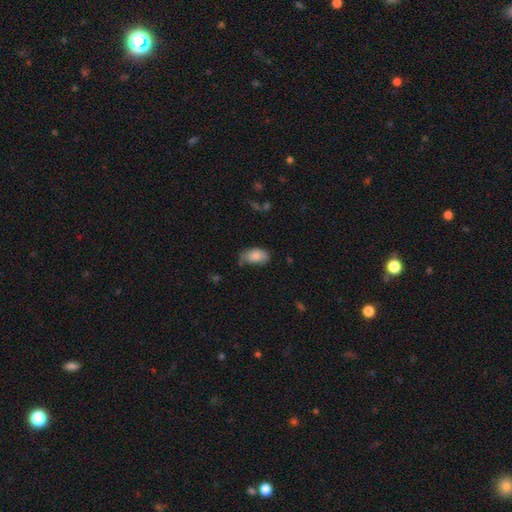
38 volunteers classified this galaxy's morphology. smooth_or_featured: smooth (p=0.89) [alt: featured or disk p=0.05]
how_rounded: in between (p=0.94) [alt: round p=0.06]
merging: none (p=0.56) [alt: minor disturbance p=0.42]